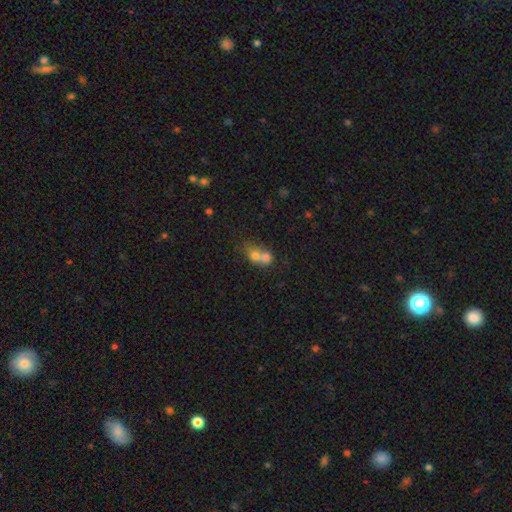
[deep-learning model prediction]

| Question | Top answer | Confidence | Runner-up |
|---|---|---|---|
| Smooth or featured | smooth | 67% | featured or disk (22%) |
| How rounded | round | 52% | in between (46%) |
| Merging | merger | 74% | none (16%) |